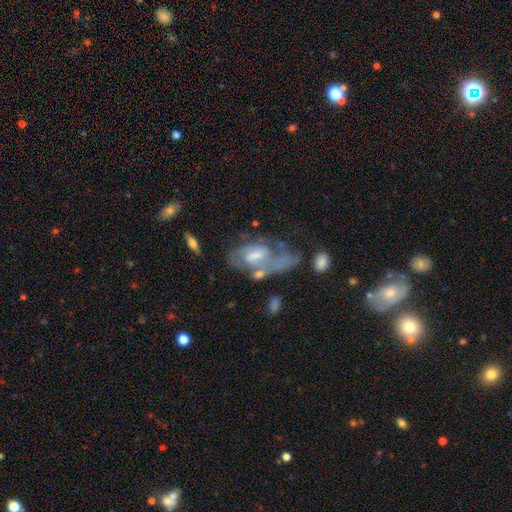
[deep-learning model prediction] A featured or disk galaxy (71%) with a weak bar (46%), 2 (39%) medium (43%) spiral arms (76%) and a moderate central bulge (40%).

Vote fractions:
- Smooth or featured? featured or disk: 71% / smooth: 20% / star or artifact: 8%
- Edge-on disk? no: 94% / yes: 6%
- Bar? weak: 46% / no: 38% / strong: 16%
- Spiral arms? yes: 76% / no: 24%
- Spiral winding? medium: 43% / tight: 35% / loose: 23%
- Spiral arm count? 2: 39% / can't tell: 29% / 1: 23% / 3: 5% / 4: 2% / more than 4: 2%
- Bulge size? moderate: 40% / small: 33% / none: 15% / large: 10% / dominant: 2%
- Merging? none: 34% / major disturbance: 32% / minor disturbance: 21% / merger: 14%